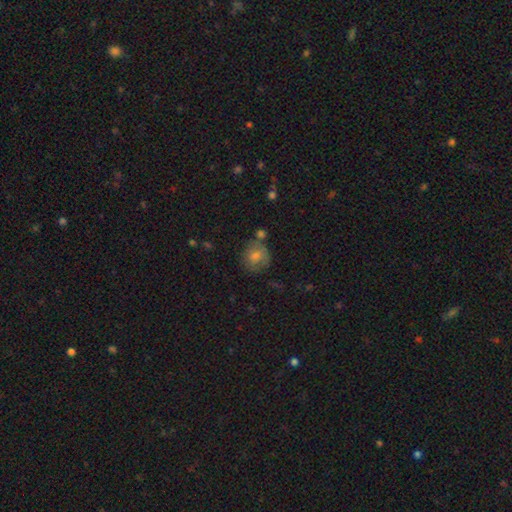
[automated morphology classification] Smooth or featured? Predicted: smooth (p=0.67). How rounded? Predicted: round (p=0.83). Merging? Predicted: none (p=0.69).